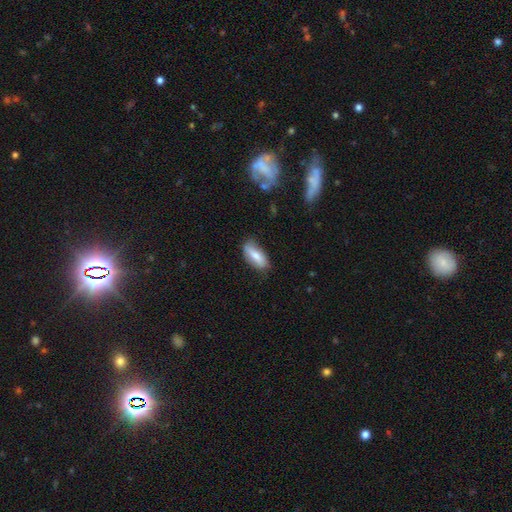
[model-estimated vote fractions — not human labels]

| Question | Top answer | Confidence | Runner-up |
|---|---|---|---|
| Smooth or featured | smooth | 68% | featured or disk (25%) |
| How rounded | in between | 82% | cigar-shaped (15%) |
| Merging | none | 71% | minor disturbance (23%) |